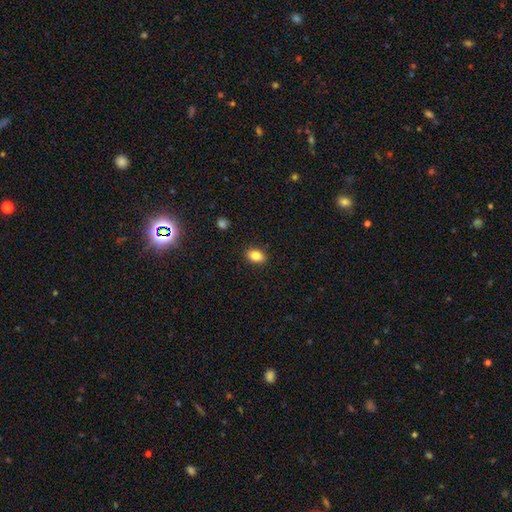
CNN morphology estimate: The model was most divided on "how rounded": in between: 80%, round: 18%, cigar-shaped: 2%. More confident: merging — none (89%); smooth or featured — smooth (84%).